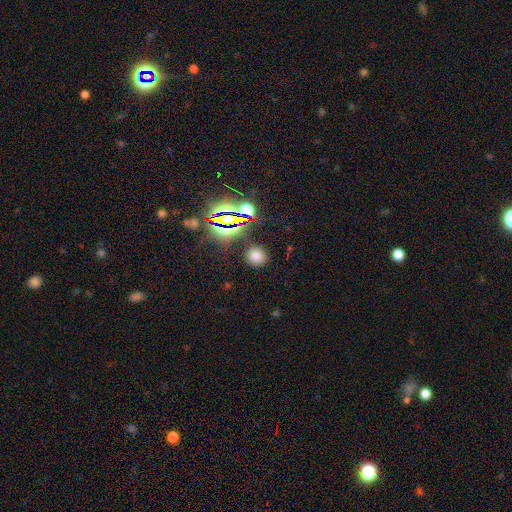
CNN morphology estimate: smooth_or_featured: smooth (p=0.67) [alt: star or artifact p=0.26]
how_rounded: round (p=0.89) [alt: in between p=0.10]
merging: none (p=0.85) [alt: minor disturbance p=0.09]